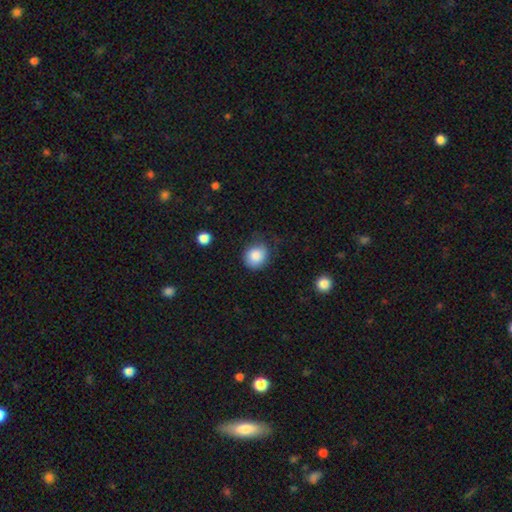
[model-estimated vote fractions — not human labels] Smooth or featured? Predicted: smooth (p=0.86). How rounded? Predicted: round (p=0.74). Merging? Predicted: none (p=0.66).